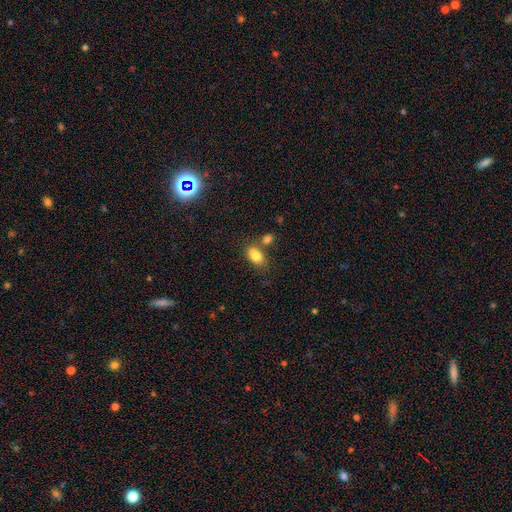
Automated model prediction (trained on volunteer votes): smooth_or_featured: smooth (p=0.81) [alt: featured or disk p=0.10]
how_rounded: in between (p=0.87) [alt: round p=0.11]
merging: none (p=0.57) [alt: merger p=0.25]